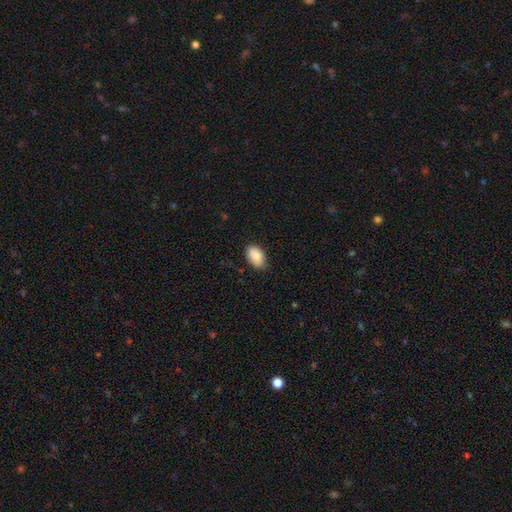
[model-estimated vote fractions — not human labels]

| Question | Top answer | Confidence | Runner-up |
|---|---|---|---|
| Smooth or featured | smooth | 86% | featured or disk (7%) |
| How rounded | in between | 89% | round (9%) |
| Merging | none | 77% | minor disturbance (19%) |